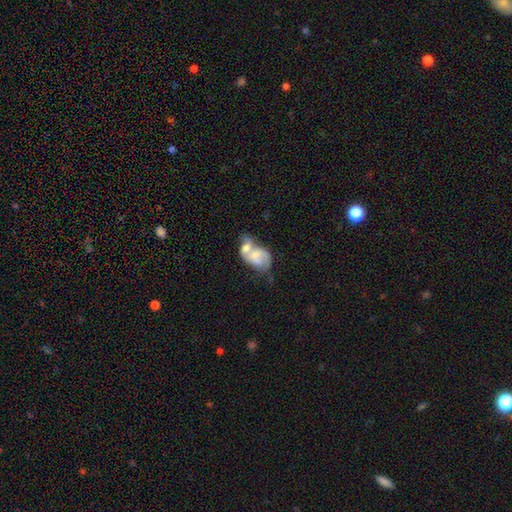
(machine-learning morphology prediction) This appears to be a featured or disk galaxy (49%). Merging: merger (70%).